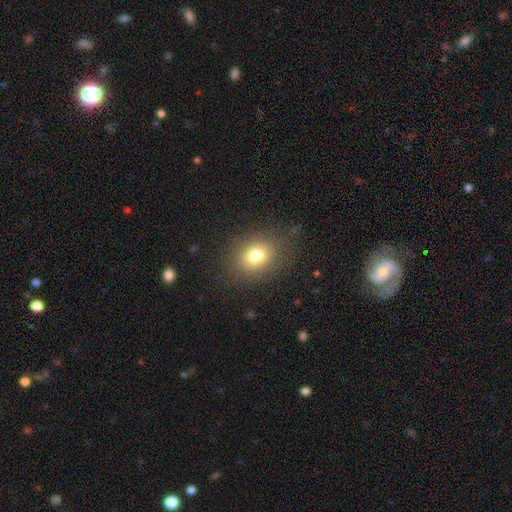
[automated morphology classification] type=smooth (76%); roundness=round (55%); merging=none (82%).